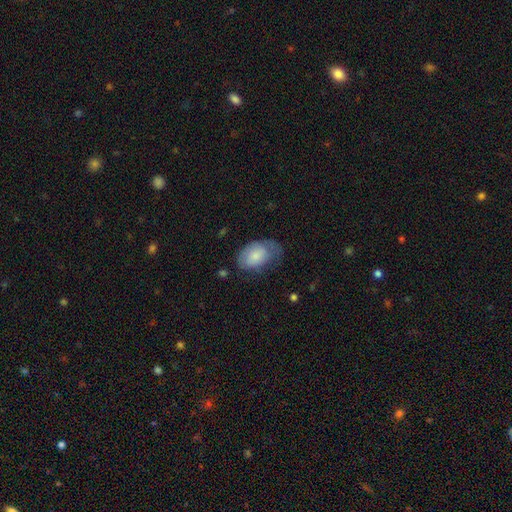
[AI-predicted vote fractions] Q: Smooth or featured?
A: smooth (74%); runner-up: featured or disk (20%)
Q: How rounded?
A: in between (90%); runner-up: round (9%)
Q: Merging?
A: none (40%); runner-up: minor disturbance (36%)